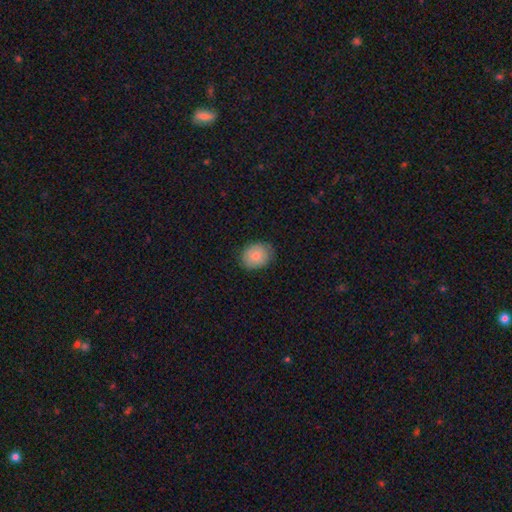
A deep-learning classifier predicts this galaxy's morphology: This is clearly a smooth galaxy (85%). How rounded: possibly round (55%). Merging: clearly none (81%).